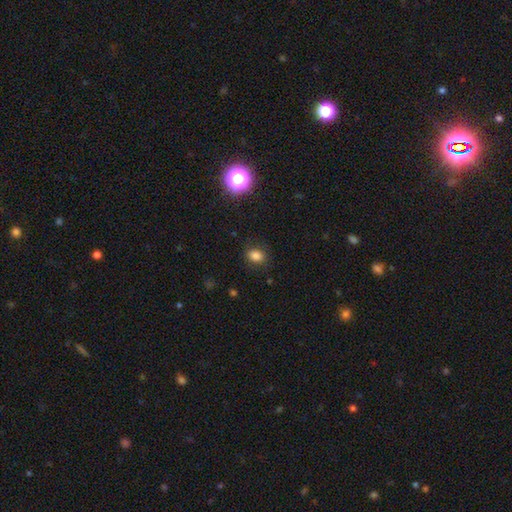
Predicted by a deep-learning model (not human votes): This appears to be a smooth galaxy with no disk features (81%) that is in between round and cigar-shaped (64%). Merging: none (84%).